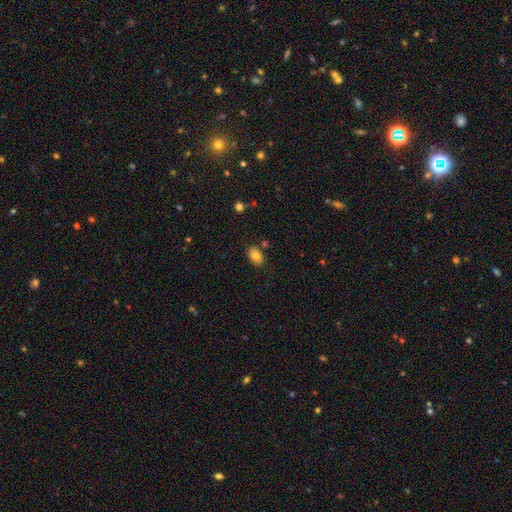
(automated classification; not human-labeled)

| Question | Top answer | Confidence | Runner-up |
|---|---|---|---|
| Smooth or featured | smooth | 81% | featured or disk (10%) |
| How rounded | in between | 85% | round (13%) |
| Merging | none | 81% | minor disturbance (12%) |